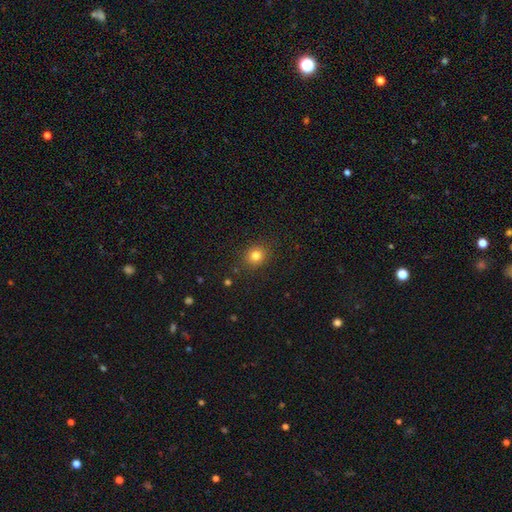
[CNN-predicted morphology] A smooth galaxy with no disk features (81%) that is round (75%).

Vote fractions:
- Smooth or featured? smooth: 81% / star or artifact: 13% / featured or disk: 6%
- How rounded? round: 75% / in between: 24% / cigar-shaped: 1%
- Merging? none: 87% / minor disturbance: 9% / major disturbance: 3% / merger: 1%